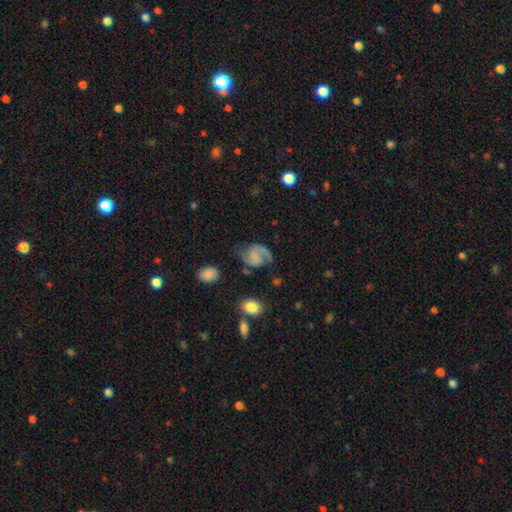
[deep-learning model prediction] smooth_or_featured: featured or disk (p=0.69) [alt: smooth p=0.23]
disk_edge_on: no (p=0.98) [alt: yes p=0.02]
bar: no (p=0.57) [alt: weak p=0.34]
has_spiral_arms: yes (p=0.93) [alt: no p=0.07]
spiral_winding: medium (p=0.47) [alt: loose p=0.30]
spiral_arm_count: 2 (p=0.65) [alt: 1 p=0.27]
bulge_size: none (p=0.51) [alt: small p=0.25]
merging: none (p=0.55) [alt: minor disturbance p=0.21]